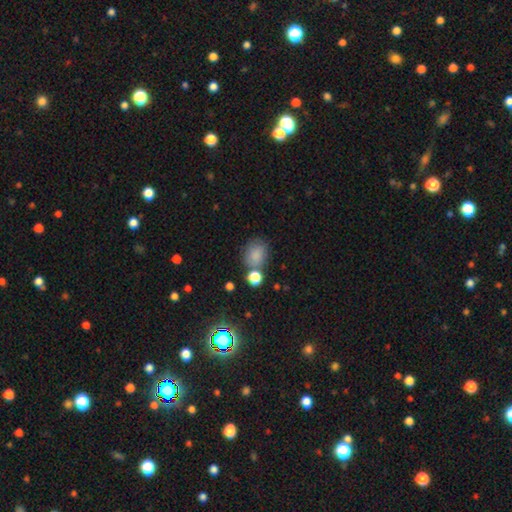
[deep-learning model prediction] Smooth or featured? smooth (81%)
How rounded? round (54%)
Merging? none (63%)